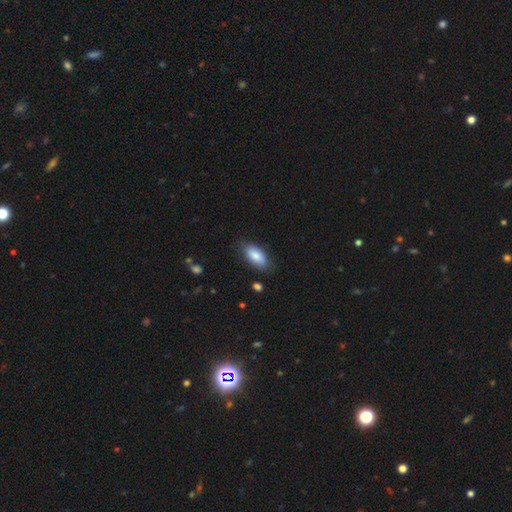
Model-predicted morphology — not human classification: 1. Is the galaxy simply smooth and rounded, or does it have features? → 84% smooth, 10% featured or disk, 6% star or artifact.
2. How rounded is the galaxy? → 90% in between, 8% cigar-shaped, 2% round.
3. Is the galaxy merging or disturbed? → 79% none, 17% minor disturbance, 3% major disturbance, 2% merger.